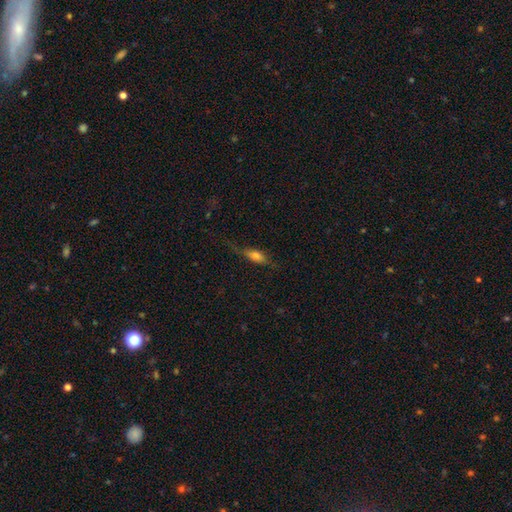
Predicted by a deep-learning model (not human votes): A smooth galaxy with no disk features (60%) that is in between round and cigar-shaped (62%). Merging: none (58%).